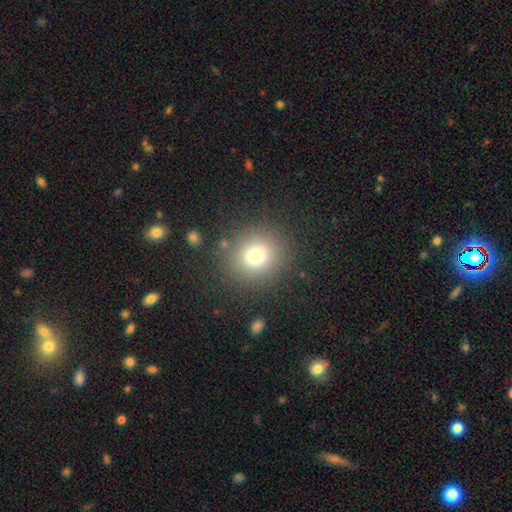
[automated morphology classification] Smooth or featured: smooth — 75% (star or artifact — 15%)
How rounded: round — 89% (in between — 10%)
Merging: none — 86% (minor disturbance — 8%)